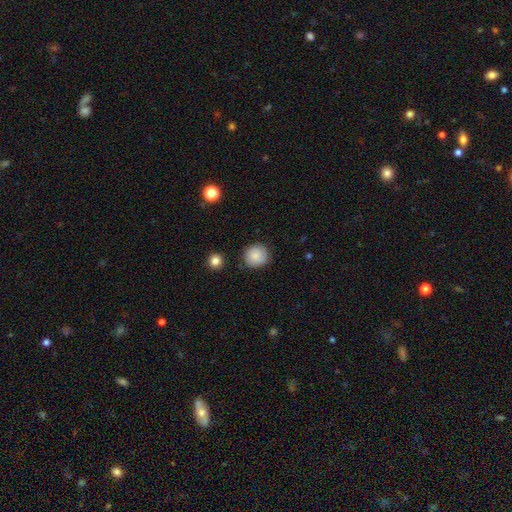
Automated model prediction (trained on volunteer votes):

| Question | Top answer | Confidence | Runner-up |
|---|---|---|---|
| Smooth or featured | smooth | 85% | star or artifact (8%) |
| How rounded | round | 90% | in between (9%) |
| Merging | none | 83% | minor disturbance (12%) |